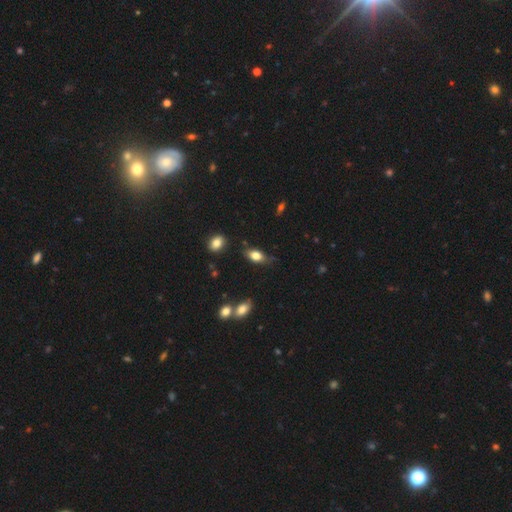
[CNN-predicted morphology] smooth-or-featured: smooth: 77% | featured or disk: 14% | star or artifact: 8%
  how-rounded: in between: 85% | round: 8% | cigar-shaped: 7%
  merging: none: 65% | minor disturbance: 25% | major disturbance: 6% | merger: 4%